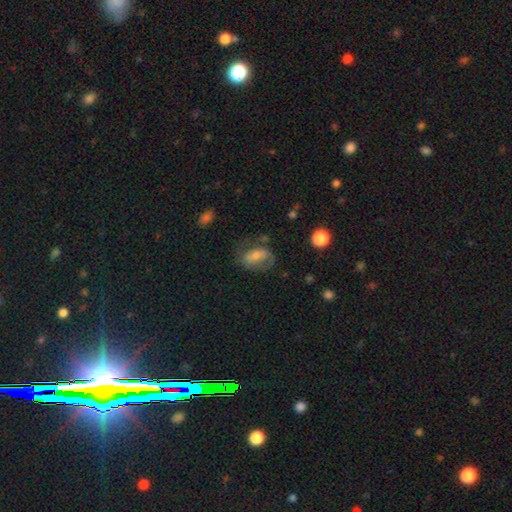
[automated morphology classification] Smooth or featured? featured or disk (52%)
Edge-on disk? no (95%)
Merging? none (55%)